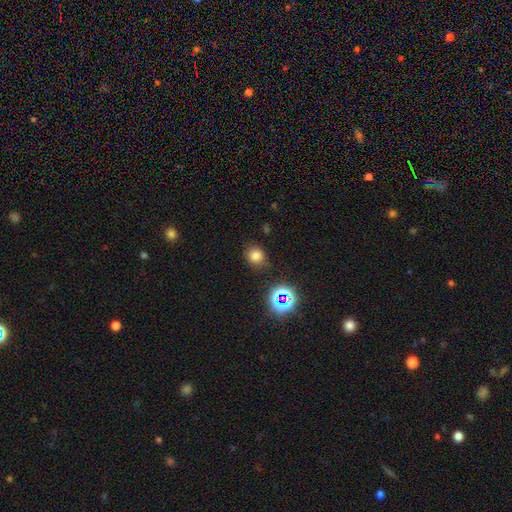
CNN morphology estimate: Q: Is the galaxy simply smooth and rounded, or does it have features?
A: smooth — 73%.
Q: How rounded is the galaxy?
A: round — 76%.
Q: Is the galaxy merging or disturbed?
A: none — 82%.